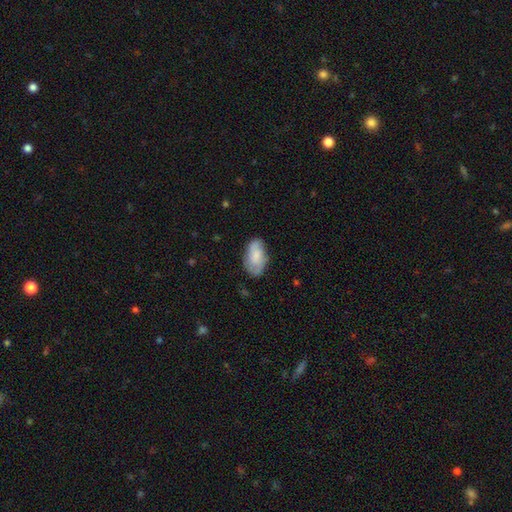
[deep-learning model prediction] A smooth galaxy with no disk features (68%) that is in between round and cigar-shaped (94%).

Vote fractions:
- Smooth or featured? smooth: 68% / featured or disk: 25% / star or artifact: 6%
- How rounded? in between: 94% / round: 4% / cigar-shaped: 2%
- Merging? none: 71% / minor disturbance: 22% / major disturbance: 5% / merger: 1%